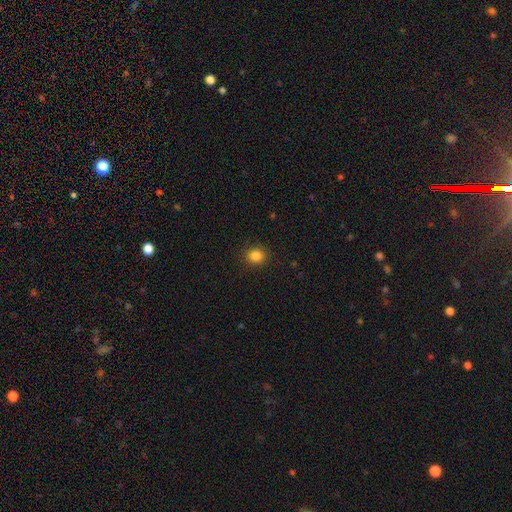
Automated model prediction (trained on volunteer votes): A smooth galaxy with no disk features (85%) that is round (76%).

Vote fractions:
- Smooth or featured? smooth: 85% / star or artifact: 11% / featured or disk: 4%
- How rounded? round: 76% / in between: 23% / cigar-shaped: 1%
- Merging? none: 88% / minor disturbance: 8% / major disturbance: 3% / merger: 1%